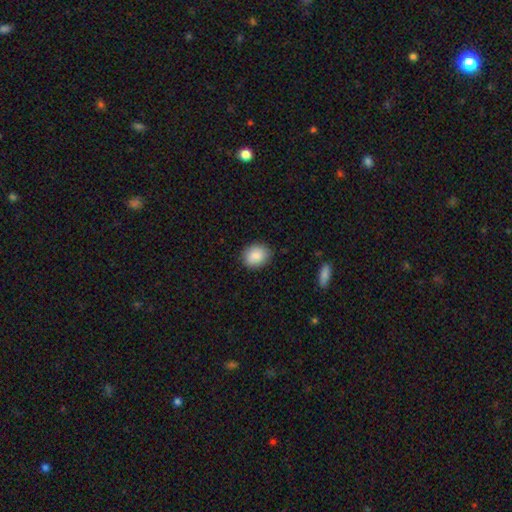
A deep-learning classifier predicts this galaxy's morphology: smooth 88%, star or artifact 8%, featured or disk 5%. Down the decision tree: how rounded — round (59%); merging — none (85%).